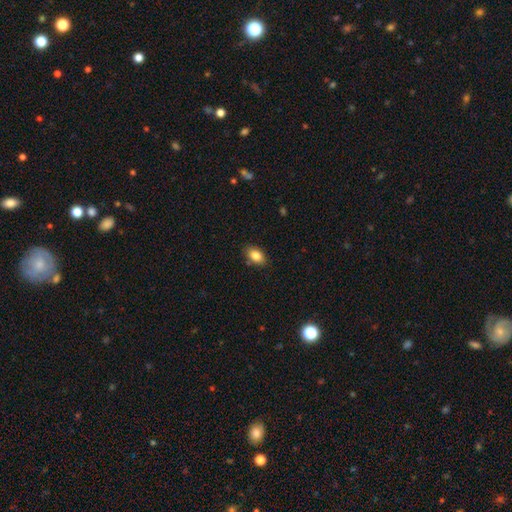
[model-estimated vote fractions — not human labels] A smooth galaxy with no disk features (85%) that is in between round and cigar-shaped (88%).

Vote fractions:
- Smooth or featured? smooth: 85% / star or artifact: 8% / featured or disk: 7%
- How rounded? in between: 88% / round: 10% / cigar-shaped: 2%
- Merging? none: 82% / minor disturbance: 13% / merger: 3% / major disturbance: 3%